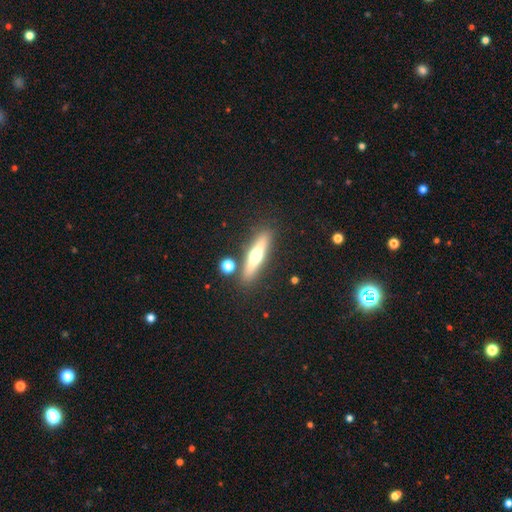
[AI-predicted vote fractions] A featured or disk galaxy (58%) viewed edge-on (93%) with a rounded central bulge (94%).

Vote fractions:
- Smooth or featured? featured or disk: 58% / smooth: 35% / star or artifact: 7%
- Edge-on disk? yes: 93% / no: 7%
- Edge-on bulge? rounded: 94% / none: 3% / boxy: 3%
- Merging? none: 84% / minor disturbance: 8% / merger: 5% / major disturbance: 3%